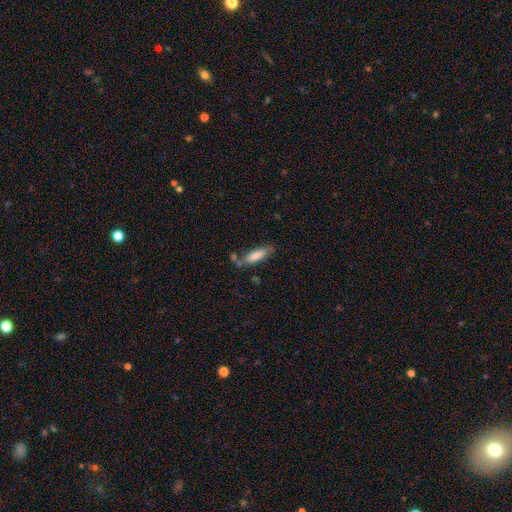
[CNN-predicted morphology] Overall: smooth (80%). How rounded: cigar-shaped (54%; in between 44%). Merging: none (59%; minor disturbance 22%).